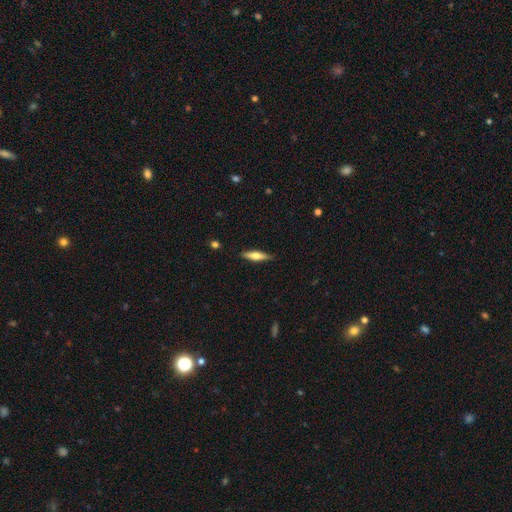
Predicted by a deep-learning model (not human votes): Smooth or featured: smooth — 49% (featured or disk — 46%)
Merging: none — 87% (minor disturbance — 10%)